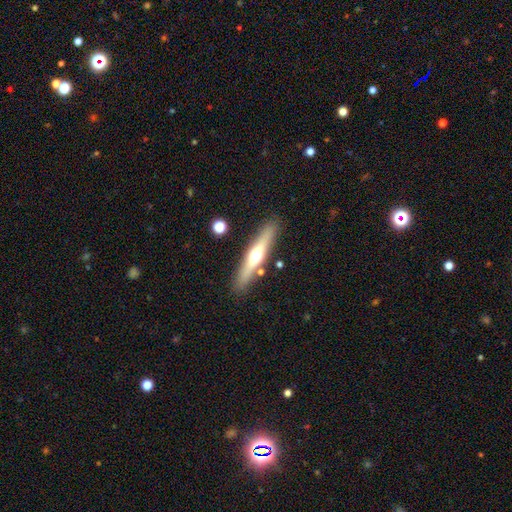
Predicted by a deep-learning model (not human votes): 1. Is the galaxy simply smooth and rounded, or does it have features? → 57% featured or disk, 37% smooth, 6% star or artifact.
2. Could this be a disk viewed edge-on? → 94% yes, 6% no.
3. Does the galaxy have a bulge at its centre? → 91% rounded, 6% none, 3% boxy.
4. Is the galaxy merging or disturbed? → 86% none, 9% minor disturbance, 3% merger, 2% major disturbance.